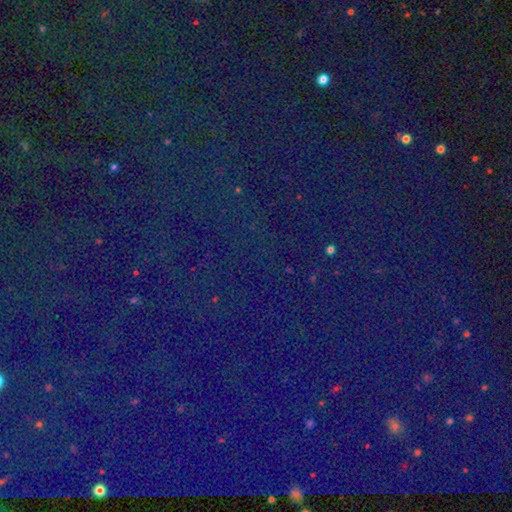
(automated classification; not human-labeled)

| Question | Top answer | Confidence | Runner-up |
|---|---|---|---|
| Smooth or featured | star or artifact | 79% | smooth (13%) |